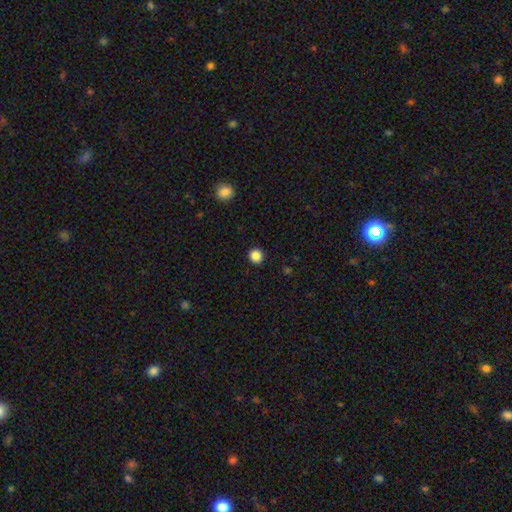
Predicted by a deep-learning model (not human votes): Smooth or featured: smooth — 86% (star or artifact — 11%)
How rounded: round — 91% (in between — 8%)
Merging: none — 93% (minor disturbance — 4%)